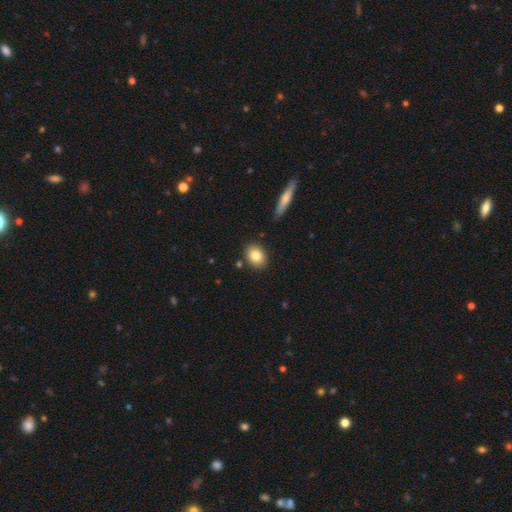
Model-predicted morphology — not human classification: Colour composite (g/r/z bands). It shows a smooth galaxy with no disk features (82%) that is in between round and cigar-shaped (62%). Merging: none (86%).